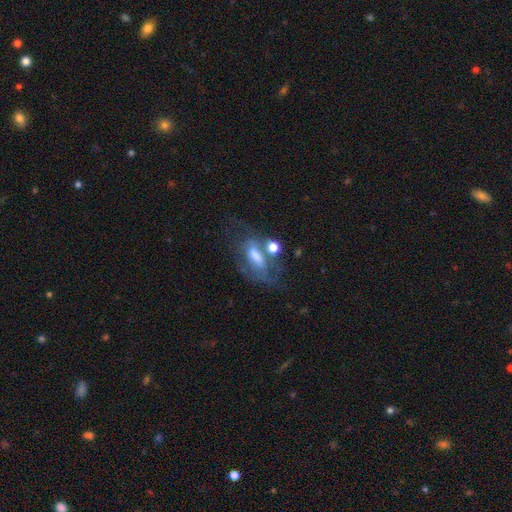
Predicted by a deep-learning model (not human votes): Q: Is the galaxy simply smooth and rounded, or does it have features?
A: featured or disk — 52%.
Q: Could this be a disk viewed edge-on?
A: no — 85%.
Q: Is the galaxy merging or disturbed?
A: none — 35%.